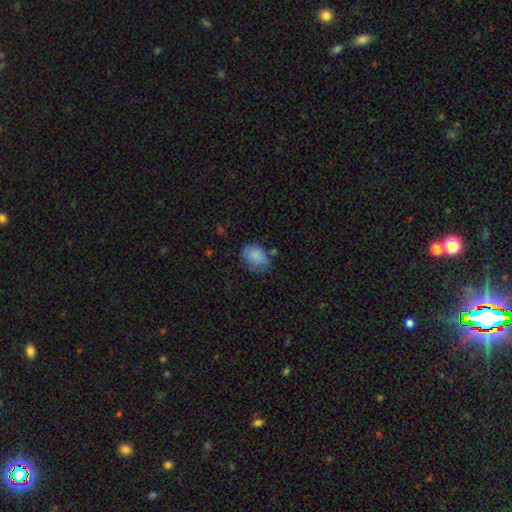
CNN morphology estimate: Overall: smooth (81%). How rounded: in between (74%). Merging: none (53%; minor disturbance 31%).